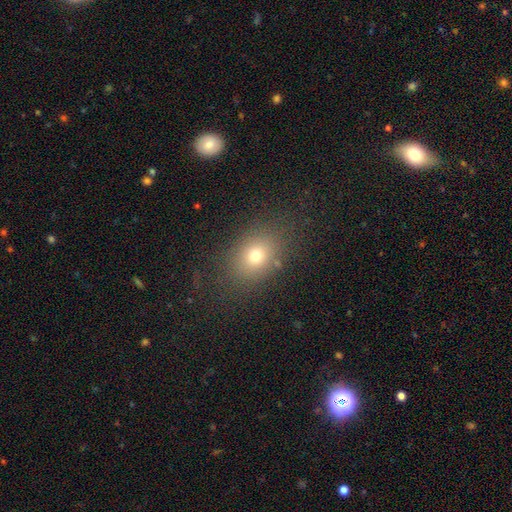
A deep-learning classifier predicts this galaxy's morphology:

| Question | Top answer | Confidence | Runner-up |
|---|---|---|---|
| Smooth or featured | smooth | 72% | star or artifact (16%) |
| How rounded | in between | 58% | round (41%) |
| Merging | none | 81% | minor disturbance (11%) |